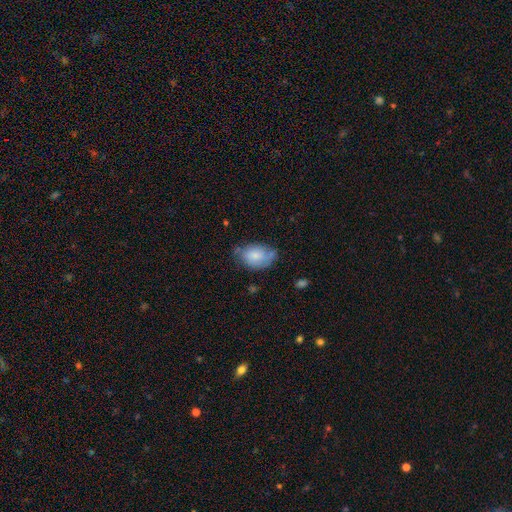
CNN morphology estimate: Smooth or featured?
  - smooth: 72% *
  - featured or disk: 21%
  - star or artifact: 7%
How rounded?
  - in between: 85% *
  - round: 14%
  - cigar-shaped: 1%
Merging?
  - none: 55% *
  - minor disturbance: 31%
  - major disturbance: 9%
  - merger: 6%